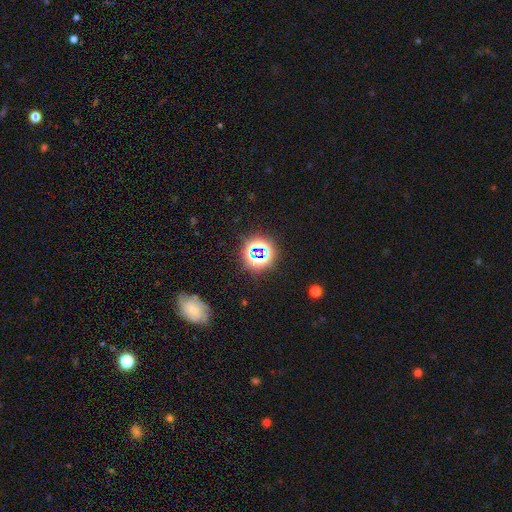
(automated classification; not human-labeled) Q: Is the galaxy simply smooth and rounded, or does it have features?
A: star or artifact — 70%.